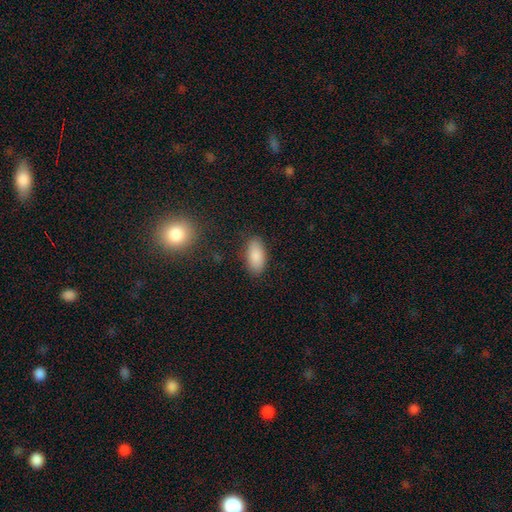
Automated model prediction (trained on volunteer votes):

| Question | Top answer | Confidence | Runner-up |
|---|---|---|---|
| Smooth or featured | smooth | 87% | star or artifact (7%) |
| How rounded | in between | 90% | cigar-shaped (7%) |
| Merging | none | 85% | minor disturbance (10%) |